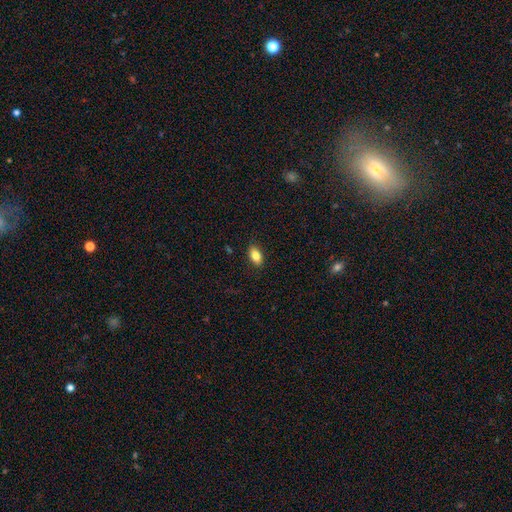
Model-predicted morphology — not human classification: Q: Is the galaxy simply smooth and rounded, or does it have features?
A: smooth — 84%.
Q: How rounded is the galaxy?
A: in between — 90%.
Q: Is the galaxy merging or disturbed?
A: none — 88%.